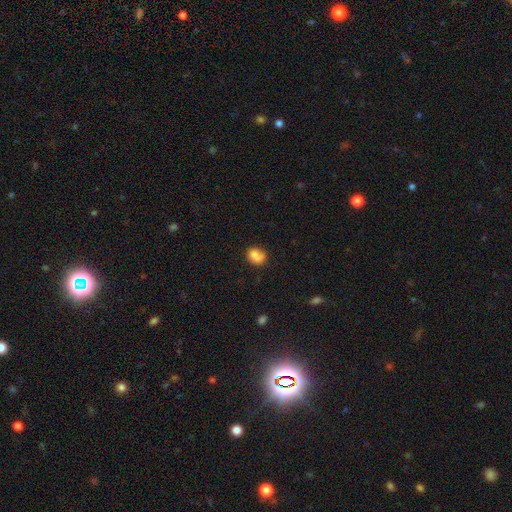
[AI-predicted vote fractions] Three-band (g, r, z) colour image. It shows a smooth galaxy with no disk features (75%) that is round (50%). Merging: none (45%).